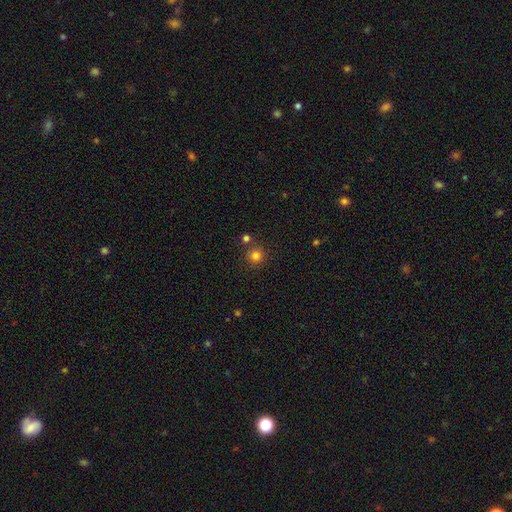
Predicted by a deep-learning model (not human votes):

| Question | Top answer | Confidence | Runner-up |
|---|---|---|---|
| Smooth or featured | smooth | 81% | star or artifact (14%) |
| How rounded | round | 93% | in between (6%) |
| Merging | none | 76% | merger (14%) |